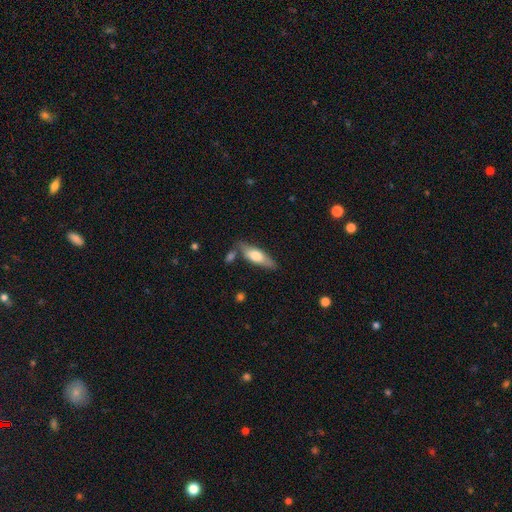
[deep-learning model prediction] This is possibly a smooth galaxy (59%). How rounded: possibly in between (53%). Merging: likely none (70%).